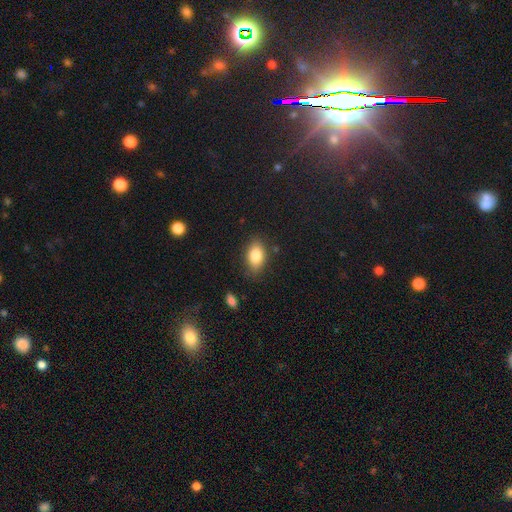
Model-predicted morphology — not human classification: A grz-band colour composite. It shows a smooth galaxy with no disk features (84%) that is in between round and cigar-shaped (87%). Merging: none (81%).